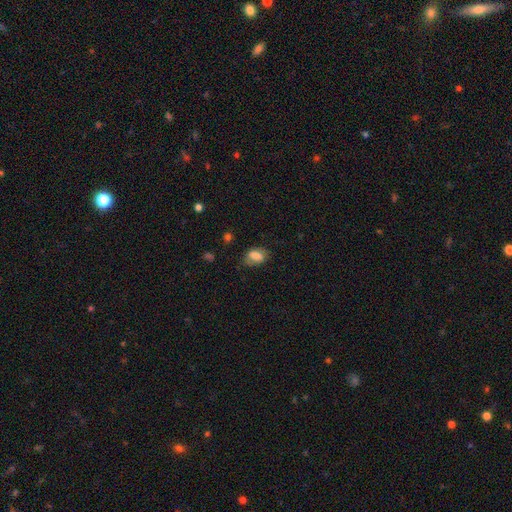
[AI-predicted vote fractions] smooth 78%, featured or disk 13%, star or artifact 9%. Down the decision tree: how rounded — in between (84%); merging — none (66%).